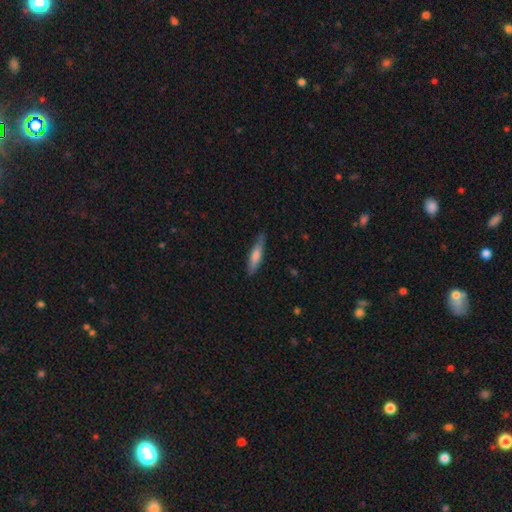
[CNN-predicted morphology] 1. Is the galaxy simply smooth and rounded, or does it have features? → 65% smooth, 29% featured or disk, 6% star or artifact.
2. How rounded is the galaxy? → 83% cigar-shaped, 16% in between, 1% round.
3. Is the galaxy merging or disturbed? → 82% none, 14% minor disturbance, 2% major disturbance, 1% merger.